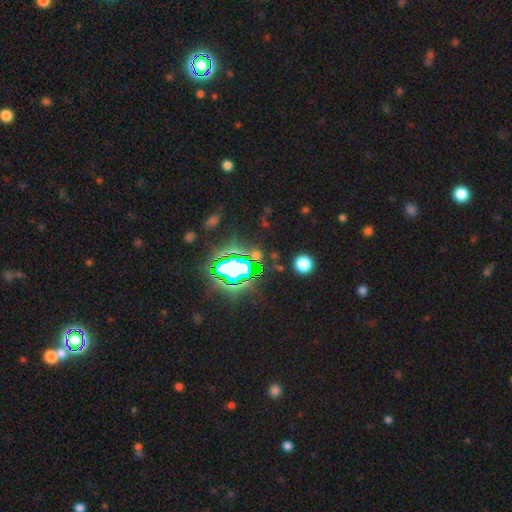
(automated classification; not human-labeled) Smooth or featured? Predicted: star or artifact (p=0.71).